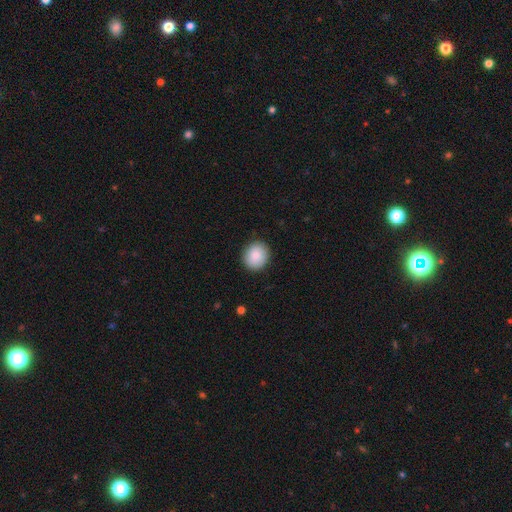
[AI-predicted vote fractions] This appears to be a smooth galaxy with no disk features (87%) that is round (83%). Merging: none (89%).